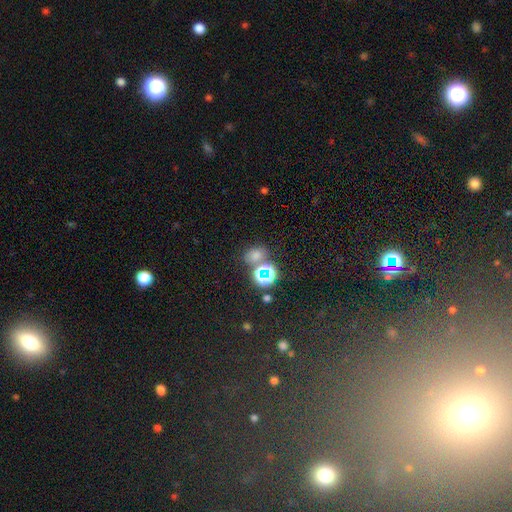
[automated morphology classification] Smooth or featured? Predicted: smooth (p=0.56). How rounded? Predicted: in between (p=0.55). Merging? Predicted: none (p=0.63).